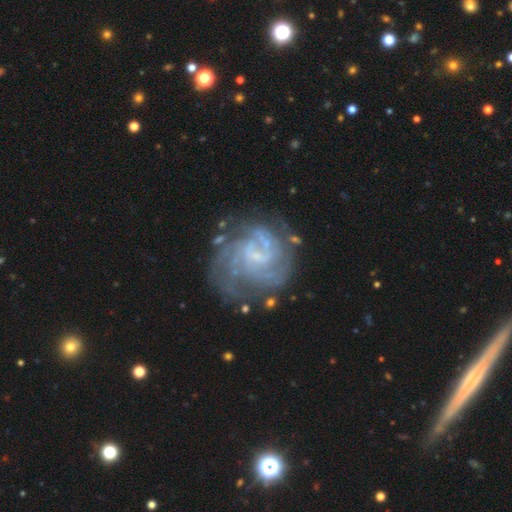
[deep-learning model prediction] Smooth or featured? featured or disk (84%)
Edge-on disk? no (98%)
Bar? weak (48%)
Spiral arms? yes (91%)
Spiral winding? tight (54%)
Spiral arm count? can't tell (37%)
Bulge size? small (54%)
Merging? none (65%)